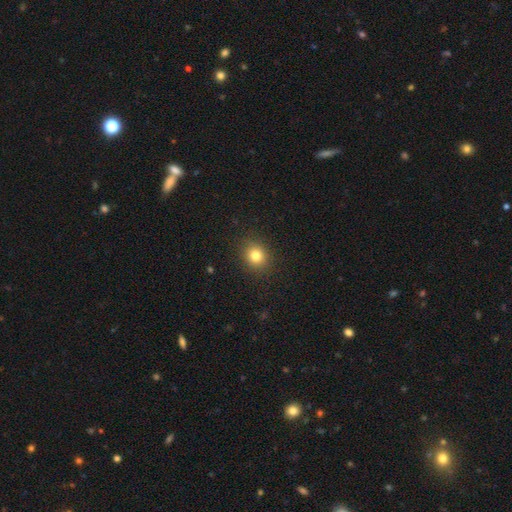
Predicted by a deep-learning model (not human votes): This is clearly a smooth galaxy (81%). How rounded: likely round (76%). Merging: clearly none (89%).